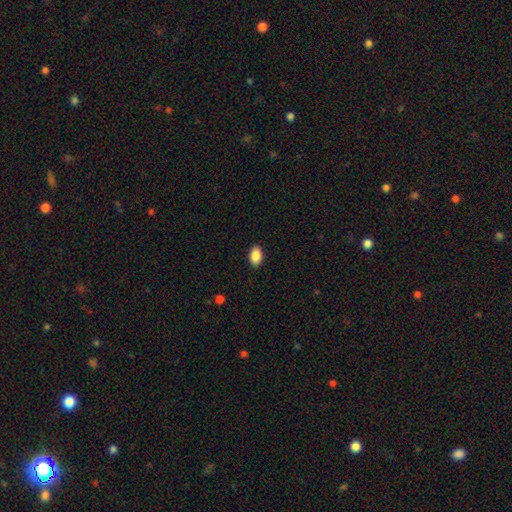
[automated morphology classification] Smooth or featured?
  - smooth: 89% *
  - star or artifact: 7%
  - featured or disk: 4%
How rounded?
  - in between: 91% *
  - round: 8%
  - cigar-shaped: 1%
Merging?
  - none: 90% *
  - minor disturbance: 8%
  - major disturbance: 2%
  - merger: 1%